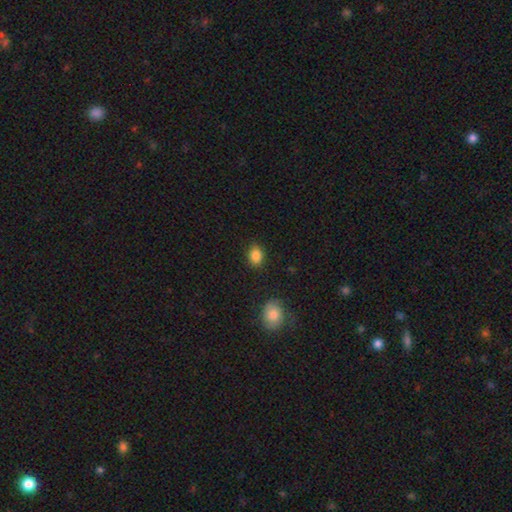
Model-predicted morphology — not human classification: smooth 86%, star or artifact 10%, featured or disk 5%. Down the decision tree: how rounded — in between (63%); merging — none (85%).